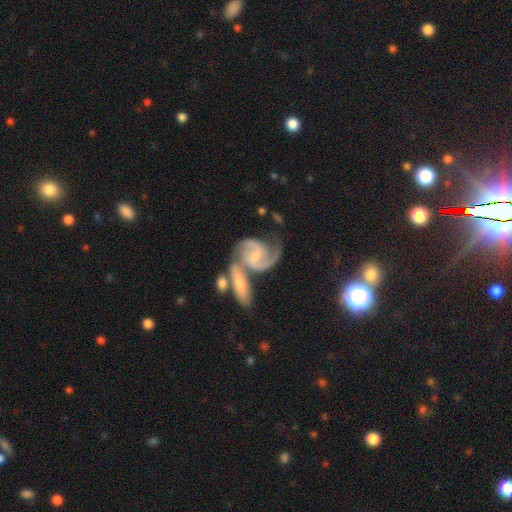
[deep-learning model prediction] A featured or disk galaxy (85%) with a weak bar (49%), 2 (81%) medium (56%) spiral arms (97%) and a small central bulge (55%). Merging: merger (40%).